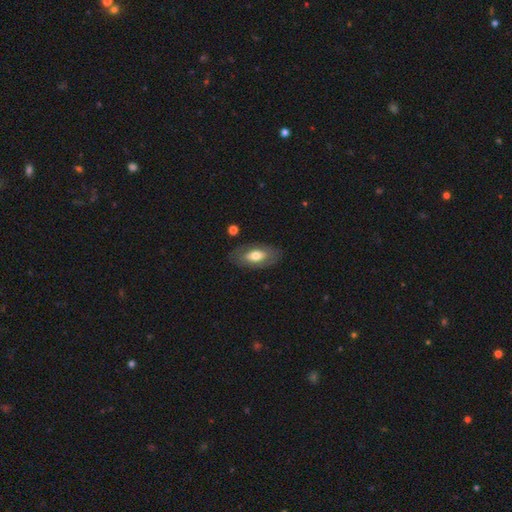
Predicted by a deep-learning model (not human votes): Overall: smooth (56%; featured or disk 38%). How rounded: in between (90%). Merging: none (79%).